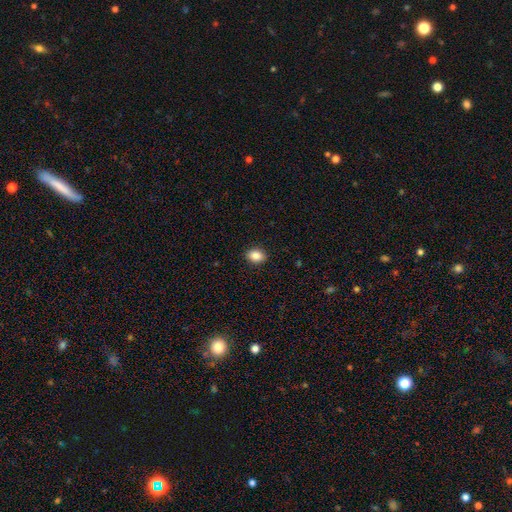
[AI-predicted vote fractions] This appears to be a smooth galaxy with no disk features (86%) that is in between round and cigar-shaped (71%). Merging: none (91%).